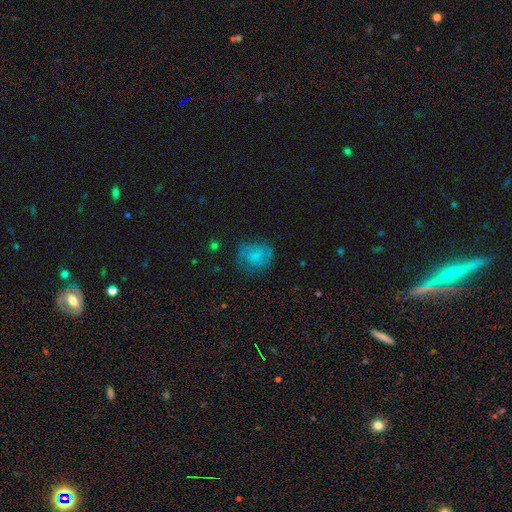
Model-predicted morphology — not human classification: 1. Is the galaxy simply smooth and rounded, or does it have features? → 54% smooth, 35% featured or disk, 10% star or artifact.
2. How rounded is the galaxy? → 69% round, 30% in between, 1% cigar-shaped.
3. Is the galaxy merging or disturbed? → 59% none, 24% minor disturbance, 15% major disturbance, 2% merger.